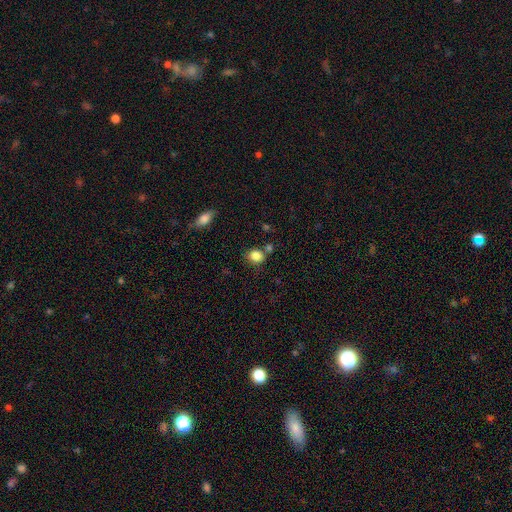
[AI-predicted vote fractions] Overall: smooth (85%). How rounded: round (66%; in between 33%). Merging: none (68%).